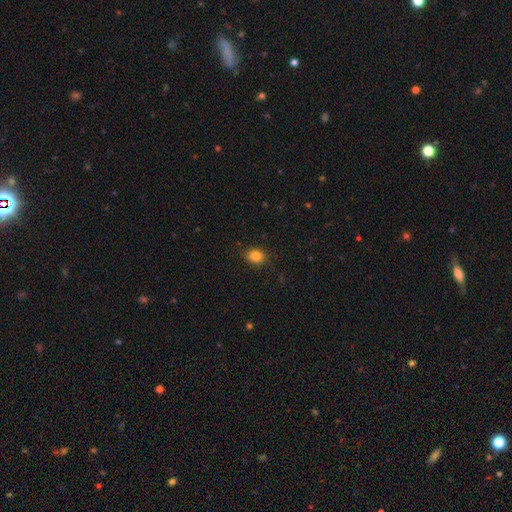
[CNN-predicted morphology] The model was most divided on "how rounded": round: 61%, in between: 38%, cigar-shaped: 1%. More confident: merging — none (85%); smooth or featured — smooth (84%).